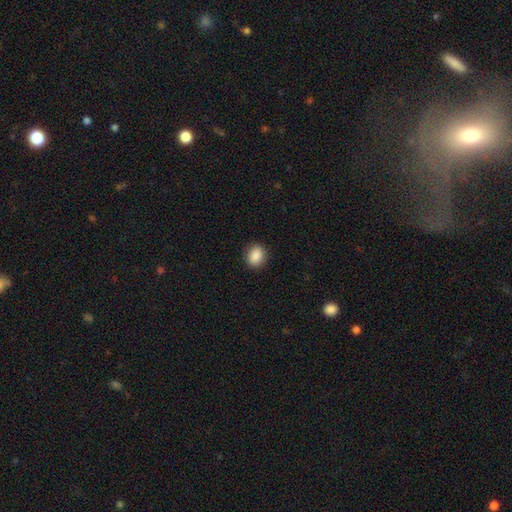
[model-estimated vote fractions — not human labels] A smooth galaxy with no disk features (88%) that is round (60%).

Vote fractions:
- Smooth or featured? smooth: 88% / star or artifact: 9% / featured or disk: 3%
- How rounded? round: 60% / in between: 39% / cigar-shaped: 1%
- Merging? none: 90% / minor disturbance: 7% / major disturbance: 2% / merger: 1%